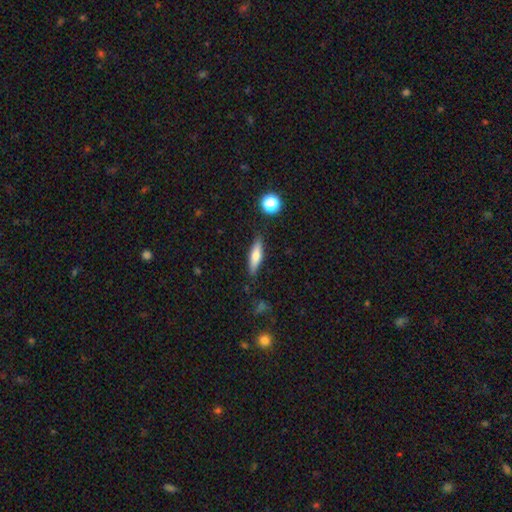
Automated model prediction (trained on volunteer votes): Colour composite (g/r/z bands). It shows a smooth galaxy with no disk features (64%) that is cigar-shaped (65%). Merging: none (85%).